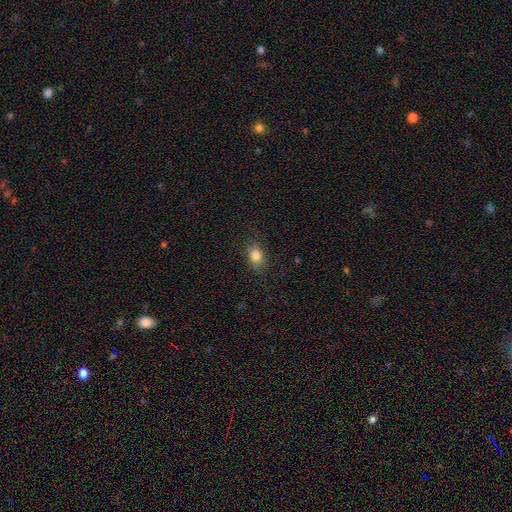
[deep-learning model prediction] smooth-or-featured: smooth: 83% | star or artifact: 10% | featured or disk: 7%
  how-rounded: in between: 68% | round: 30% | cigar-shaped: 2%
  merging: none: 82% | minor disturbance: 13% | major disturbance: 4% | merger: 1%